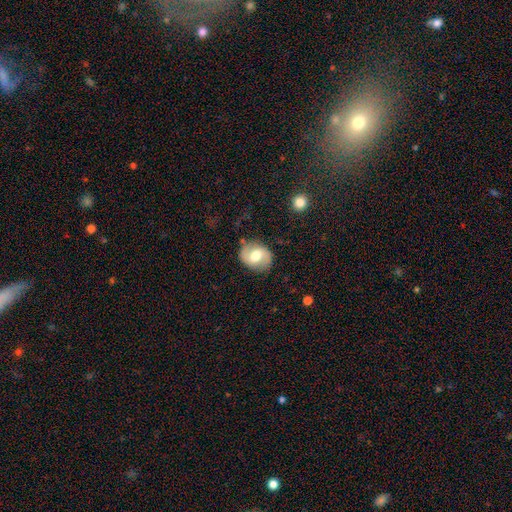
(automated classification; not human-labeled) This appears to be a featured or disk galaxy (49%). Merging: none (79%).